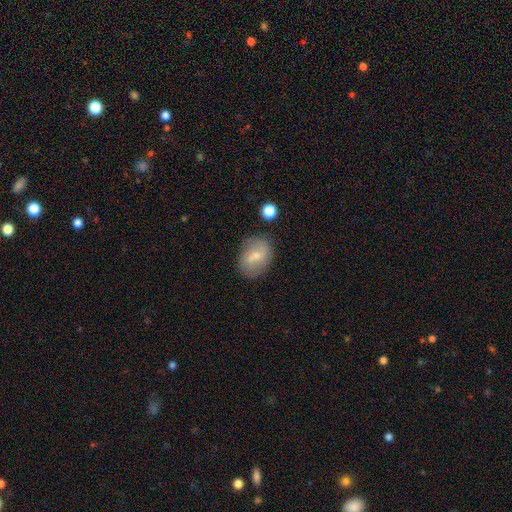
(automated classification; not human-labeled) Smooth or featured: smooth — 56% (featured or disk — 35%)
How rounded: in between — 63% (round — 36%)
Merging: none — 69% (minor disturbance — 19%)